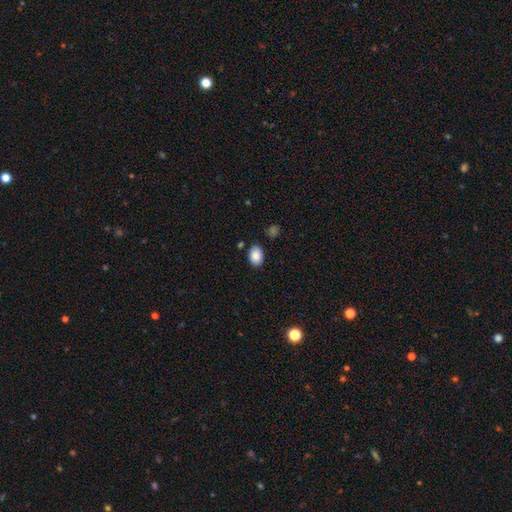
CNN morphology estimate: This is clearly a smooth galaxy (87%). How rounded: likely in between (79%). Merging: clearly none (84%).